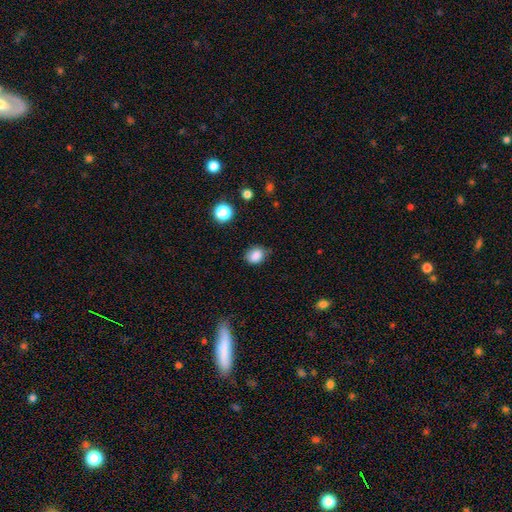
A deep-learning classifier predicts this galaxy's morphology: Smooth or featured?
  - smooth: 86% *
  - star or artifact: 10%
  - featured or disk: 4%
How rounded?
  - in between: 51% *
  - round: 48%
  - cigar-shaped: 1%
Merging?
  - none: 71% *
  - minor disturbance: 23%
  - major disturbance: 4%
  - merger: 2%